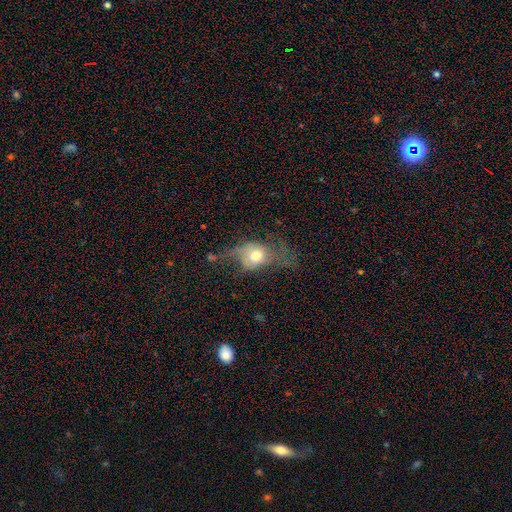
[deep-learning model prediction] Smooth or featured: smooth — 49% (featured or disk — 42%)
Merging: major disturbance — 45% (none — 28%)